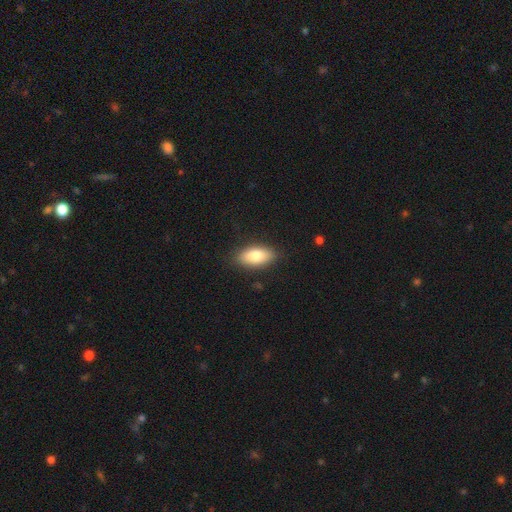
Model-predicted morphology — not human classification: Overall: smooth (82%). How rounded: in between (89%). Merging: none (86%).